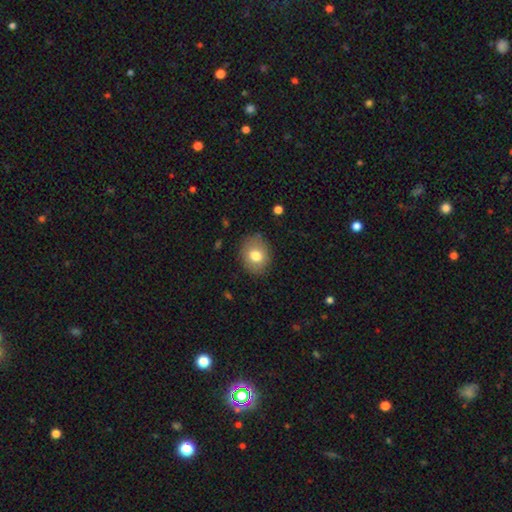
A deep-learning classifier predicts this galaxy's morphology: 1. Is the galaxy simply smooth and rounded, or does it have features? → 76% smooth, 15% featured or disk, 9% star or artifact.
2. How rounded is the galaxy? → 51% round, 48% in between, 1% cigar-shaped.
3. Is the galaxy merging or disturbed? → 85% none, 11% minor disturbance, 3% major disturbance, 1% merger.